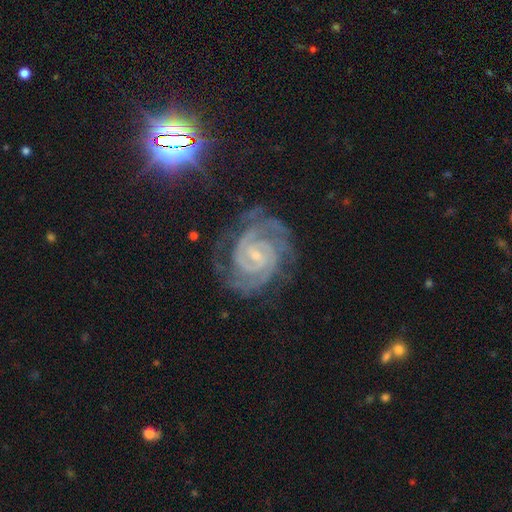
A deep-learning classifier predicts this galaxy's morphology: This is clearly a featured or disk galaxy (91%). It is clearly not viewed edge-on (98%). Bar: marginally weak (44%). Spiral arm pattern: clearly yes (99%). Spiral arm count: possibly 2 (57%). Spiral winding: likely tight (76%). Central bulge: clearly small (81%). Merging: likely none (72%).